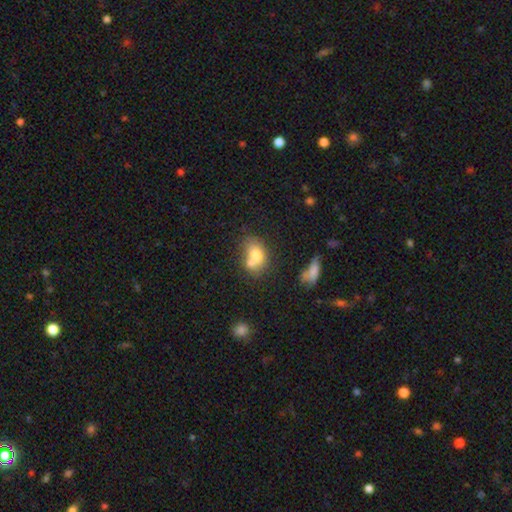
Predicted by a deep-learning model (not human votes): A smooth galaxy with no disk features (71%) that is in between round and cigar-shaped (71%).

Vote fractions:
- Smooth or featured? smooth: 71% / featured or disk: 20% / star or artifact: 9%
- How rounded? in between: 71% / round: 28% / cigar-shaped: 1%
- Merging? merger: 45% / none: 35% / minor disturbance: 14% / major disturbance: 6%